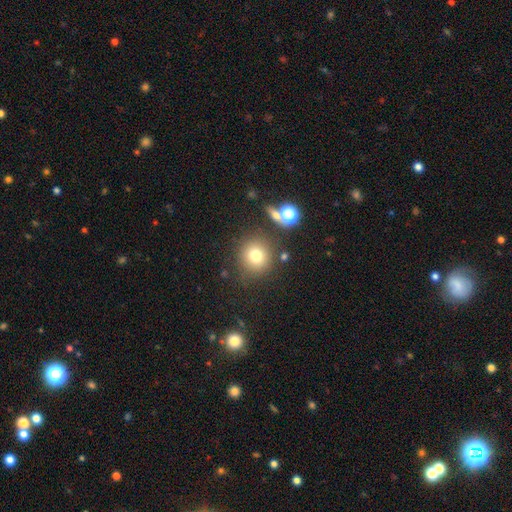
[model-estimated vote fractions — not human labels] Smooth or featured: smooth — 75% (star or artifact — 15%)
How rounded: round — 91% (in between — 8%)
Merging: none — 80% (minor disturbance — 10%)